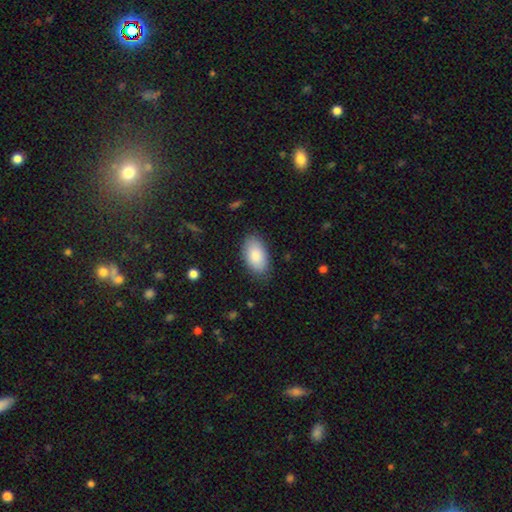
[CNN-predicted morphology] Smooth or featured: smooth — 85% (featured or disk — 9%)
How rounded: in between — 95% (round — 3%)
Merging: none — 83% (minor disturbance — 13%)